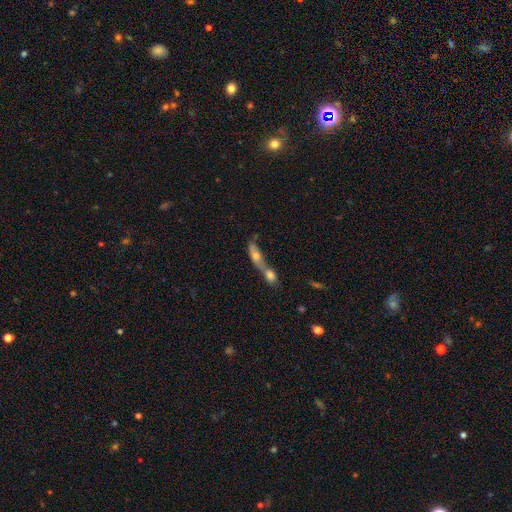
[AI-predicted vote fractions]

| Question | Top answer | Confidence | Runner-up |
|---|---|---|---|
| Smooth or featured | smooth | 52% | featured or disk (36%) |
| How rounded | cigar-shaped | 46% | tied: in between (46%) |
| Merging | merger | 74% | none (15%) |